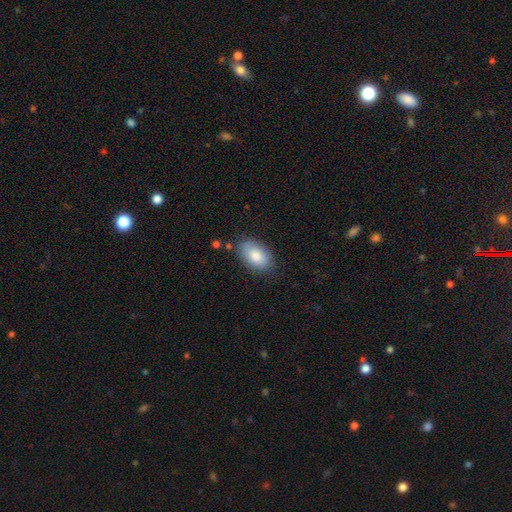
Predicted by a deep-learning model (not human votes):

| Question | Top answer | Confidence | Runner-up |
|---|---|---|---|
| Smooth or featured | smooth | 83% | featured or disk (11%) |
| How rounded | in between | 92% | round (6%) |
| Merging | none | 79% | minor disturbance (15%) |